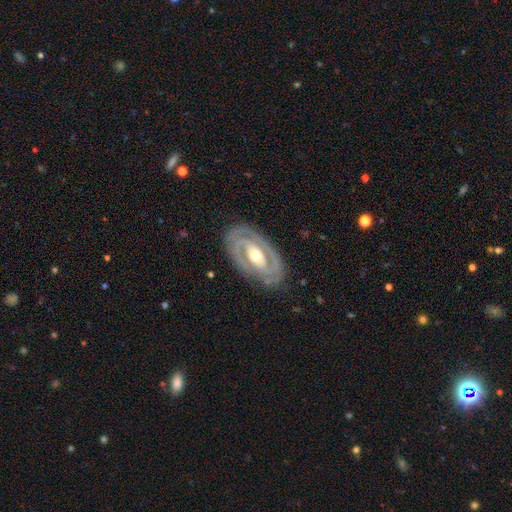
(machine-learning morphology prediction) smooth-or-featured: featured or disk: 82% | smooth: 13% | star or artifact: 5%
  disk-edge-on: no: 92% | yes: 8%
    bar: no: 35% (tied) | weak: 35% (tied) | strong: 30%
    has-spiral-arms: yes: 73% | no: 27%
      spiral-winding: tight: 64% | medium: 27% | loose: 9%
      spiral-arm-count: 2: 61% | can't tell: 24% | 3: 6% | 1: 5% | 4: 2% | more than 4: 2%
    bulge-size: moderate: 68% | small: 25% | large: 6% | dominant: 1% | none: 1%
  merging: none: 82% | minor disturbance: 13% | major disturbance: 4% | merger: 1%